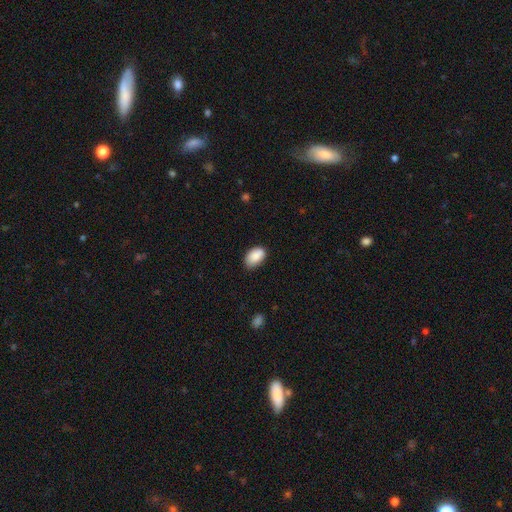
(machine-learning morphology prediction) Smooth or featured?
  - smooth: 88% *
  - star or artifact: 7%
  - featured or disk: 5%
How rounded?
  - in between: 92% *
  - round: 7%
  - cigar-shaped: 1%
Merging?
  - none: 72% *
  - minor disturbance: 23%
  - major disturbance: 3%
  - merger: 1%